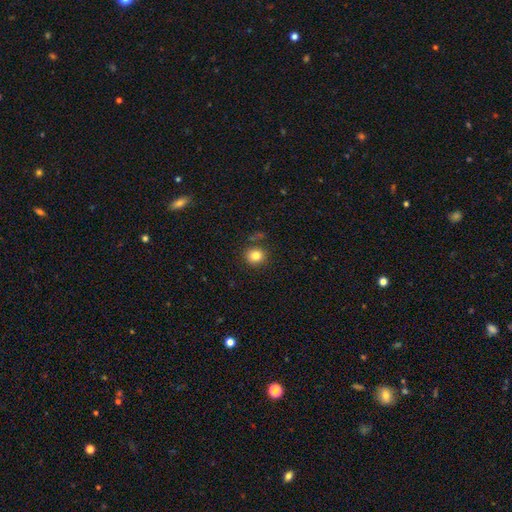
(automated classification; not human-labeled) A smooth galaxy with no disk features (82%) that is round (85%). Merging: none (84%).